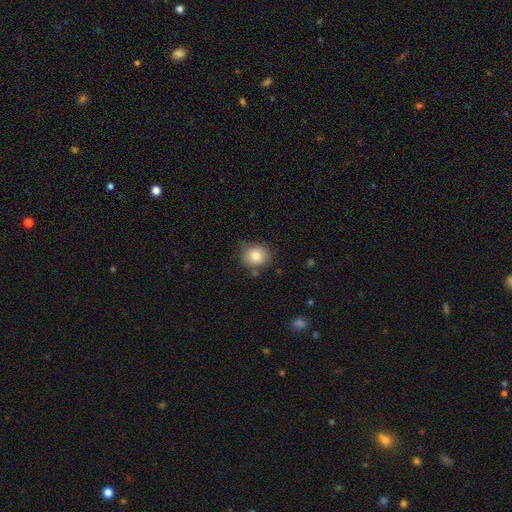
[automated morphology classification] Overall: smooth (83%). How rounded: round (71%). Merging: none (77%).